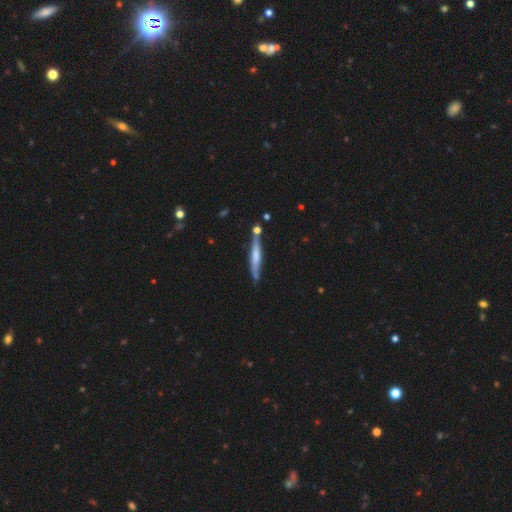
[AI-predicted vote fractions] This is possibly a featured or disk galaxy (55%). It is clearly viewed edge-on (93%). Edge-on bulge: possibly rounded (45%). Merging: likely none (74%).